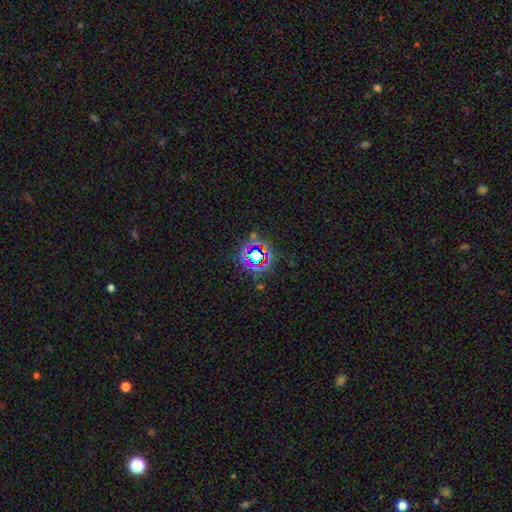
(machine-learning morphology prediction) Overall: star or artifact (69%).